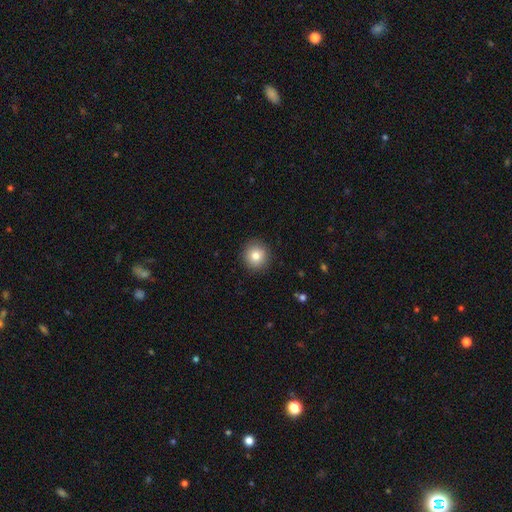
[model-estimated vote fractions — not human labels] Smooth or featured? smooth (81%)
How rounded? round (93%)
Merging? none (91%)